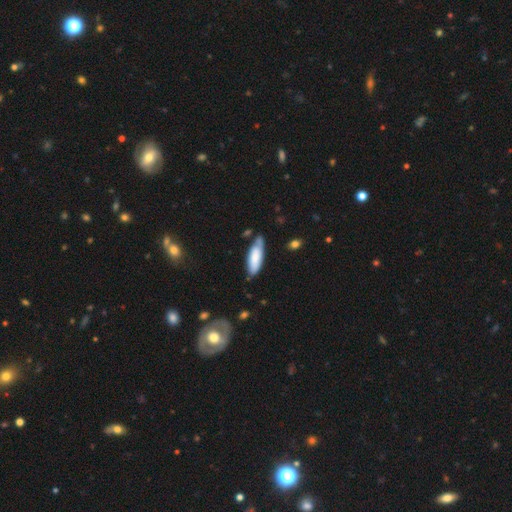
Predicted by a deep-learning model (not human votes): A smooth galaxy with no disk features (77%) that is in between round and cigar-shaped (60%). Merging: none (62%).